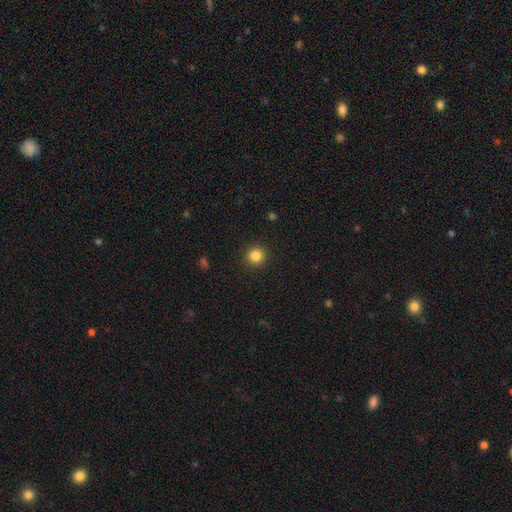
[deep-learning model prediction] Smooth or featured? Predicted: smooth (p=0.84). How rounded? Predicted: round (p=0.94). Merging? Predicted: none (p=0.92).